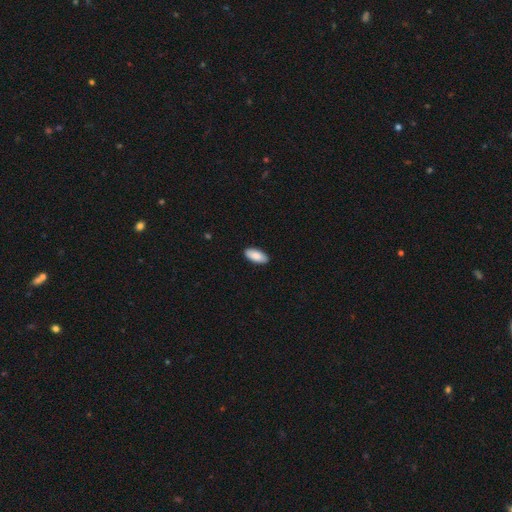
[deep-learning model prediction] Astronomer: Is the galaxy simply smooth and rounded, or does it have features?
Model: smooth — 89%.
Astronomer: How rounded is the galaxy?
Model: in between — 90%.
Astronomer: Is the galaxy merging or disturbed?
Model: none — 90%.